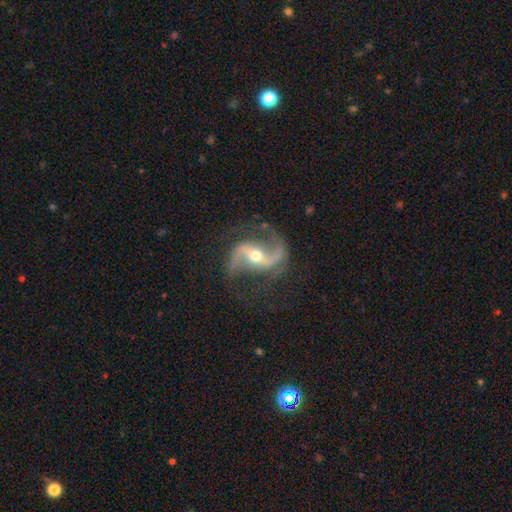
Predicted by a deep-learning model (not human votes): A featured or disk galaxy (93%) with a strong bar (42%), 2 (94%) loose (55%) spiral arms (98%) and a moderate central bulge (60%).

Vote fractions:
- Smooth or featured? featured or disk: 93% / star or artifact: 4% / smooth: 3%
- Edge-on disk? no: 97% / yes: 3%
- Bar? strong: 42% / weak: 34% / no: 24%
- Spiral arms? yes: 98% / no: 2%
- Spiral winding? loose: 55% / medium: 38% / tight: 7%
- Spiral arm count? 2: 94% / 1: 2% / can't tell: 1% / 3: 1% / 4: 1% / more than 4: 1%
- Bulge size? moderate: 60% / small: 36% / large: 3% / none: 1% / dominant: 1%
- Merging? none: 77% / minor disturbance: 14% / major disturbance: 7% / merger: 2%